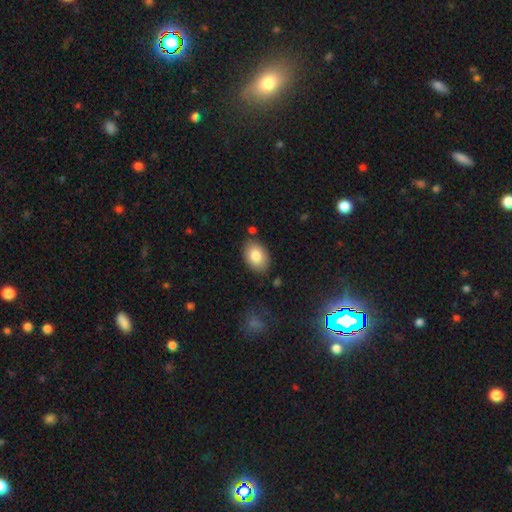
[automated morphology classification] This is clearly a smooth galaxy (82%). How rounded: clearly in between (86%). Merging: clearly none (83%).